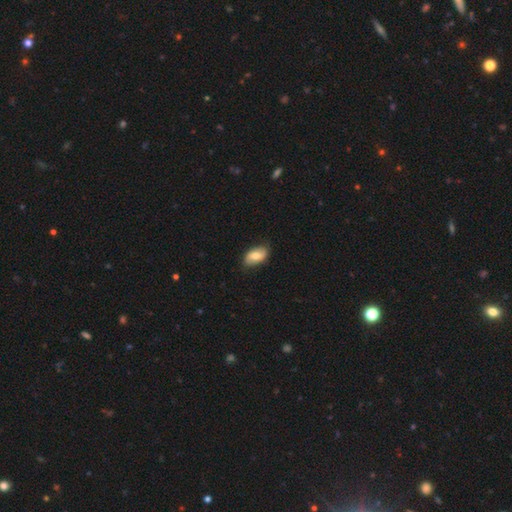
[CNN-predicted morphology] Smooth or featured?
  - smooth: 68% *
  - featured or disk: 25%
  - star or artifact: 6%
How rounded?
  - in between: 93% *
  - round: 5%
  - cigar-shaped: 3%
Merging?
  - none: 79% *
  - minor disturbance: 17%
  - major disturbance: 3%
  - merger: 1%